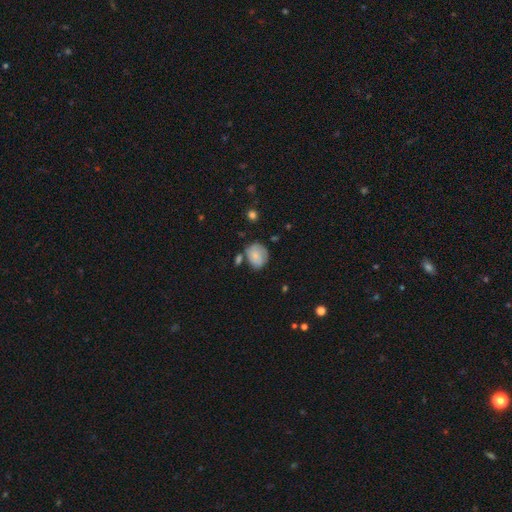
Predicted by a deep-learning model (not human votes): The model was most divided on "how rounded": round: 61%, in between: 38%, cigar-shaped: 1%. More confident: smooth or featured — smooth (69%); merging — none (56%).